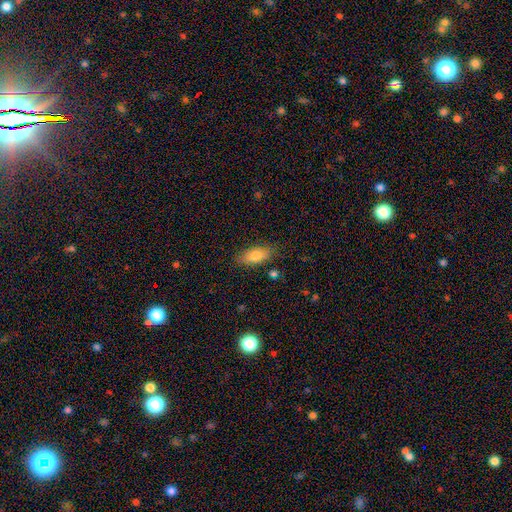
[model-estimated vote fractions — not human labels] Smooth or featured? smooth (79%)
How rounded? in between (81%)
Merging? none (82%)